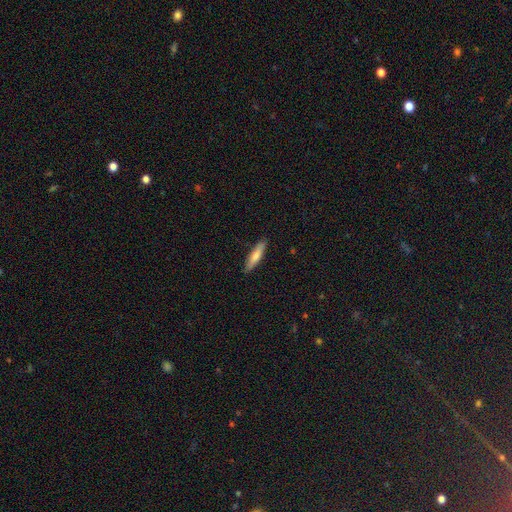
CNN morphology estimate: A smooth galaxy with no disk features (71%) that is cigar-shaped (81%). Merging: none (89%).